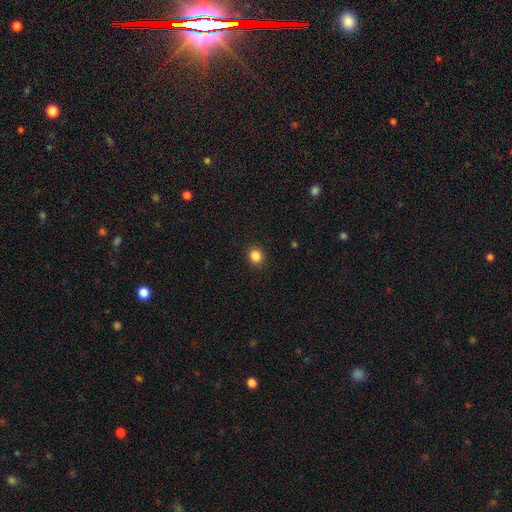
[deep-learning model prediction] smooth_or_featured: smooth (p=0.85) [alt: star or artifact p=0.11]
how_rounded: round (p=0.79) [alt: in between p=0.20]
merging: none (p=0.91) [alt: minor disturbance p=0.06]